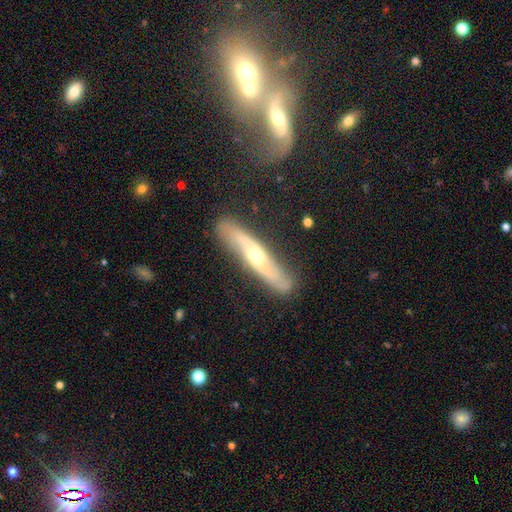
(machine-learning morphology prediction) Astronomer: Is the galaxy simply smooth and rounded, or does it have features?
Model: featured or disk — 73%.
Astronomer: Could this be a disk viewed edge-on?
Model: no — 50%, tied with yes at 50%.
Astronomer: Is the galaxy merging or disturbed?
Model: none — 80%.